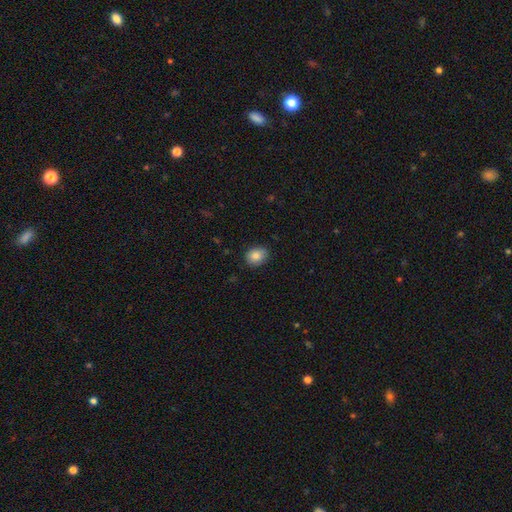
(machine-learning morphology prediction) smooth-or-featured: smooth: 86% | star or artifact: 8% | featured or disk: 6%
  how-rounded: round: 50% | in between: 49% | cigar-shaped: 1%
  merging: none: 83% | minor disturbance: 14% | major disturbance: 2% | merger: 1%